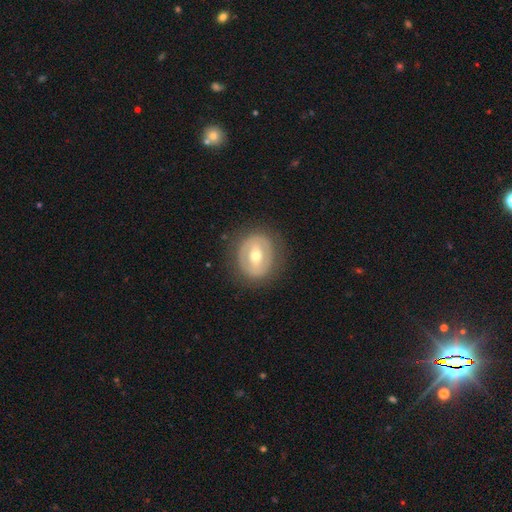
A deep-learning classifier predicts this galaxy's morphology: Smooth or featured? featured or disk (58%)
Edge-on disk? no (94%)
Bar? strong (37%)
Spiral arms? no (82%)
Bulge size? moderate (72%)
Merging? none (83%)